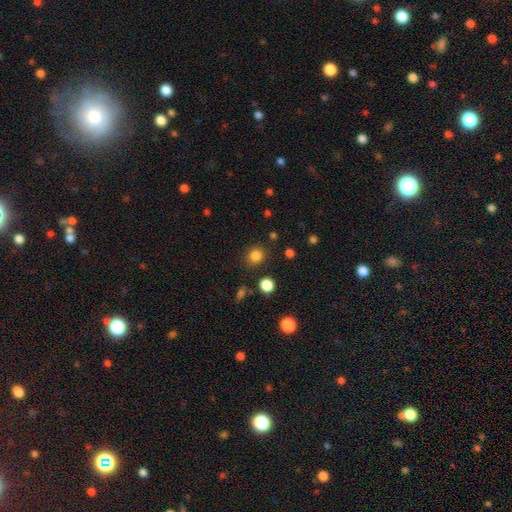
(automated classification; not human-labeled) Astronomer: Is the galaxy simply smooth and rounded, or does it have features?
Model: smooth — 83%.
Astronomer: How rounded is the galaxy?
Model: round — 77%.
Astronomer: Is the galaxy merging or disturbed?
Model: none — 84%.